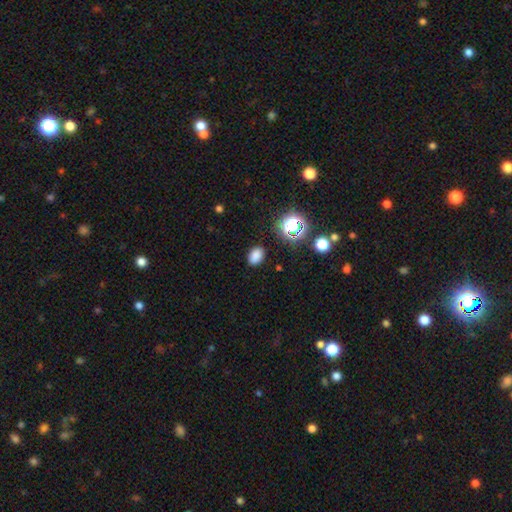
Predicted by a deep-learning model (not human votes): Smooth or featured? Predicted: smooth (p=0.78). How rounded? Predicted: in between (p=0.79). Merging? Predicted: none (p=0.86).